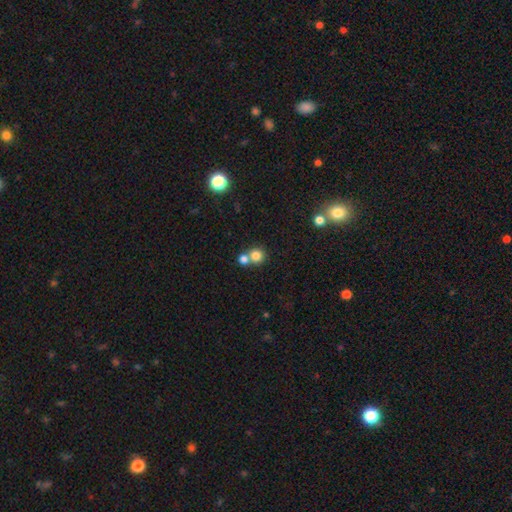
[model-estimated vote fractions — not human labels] smooth-or-featured: smooth: 80% | star or artifact: 12% | featured or disk: 8%
  how-rounded: round: 90% | in between: 9% | cigar-shaped: 1%
  merging: none: 51% | merger: 41% | minor disturbance: 6% | major disturbance: 3%